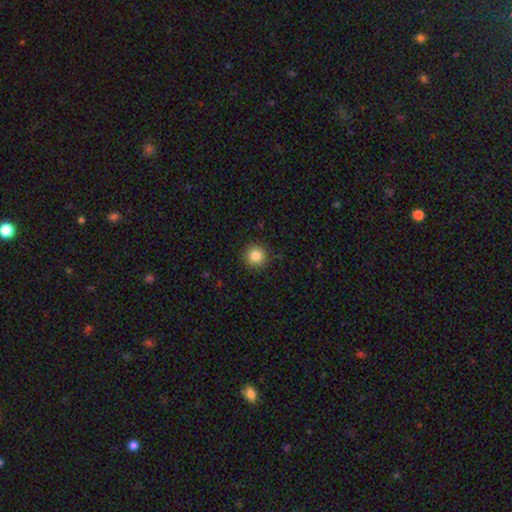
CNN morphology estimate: Overall: smooth (85%). How rounded: round (95%). Merging: none (91%).